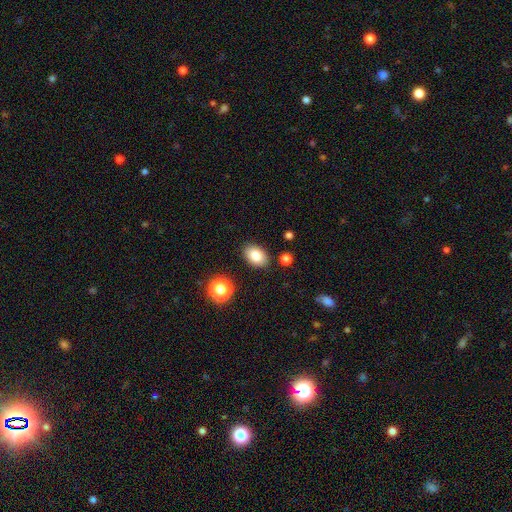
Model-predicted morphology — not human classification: Overall: smooth (82%). How rounded: in between (84%). Merging: none (87%).